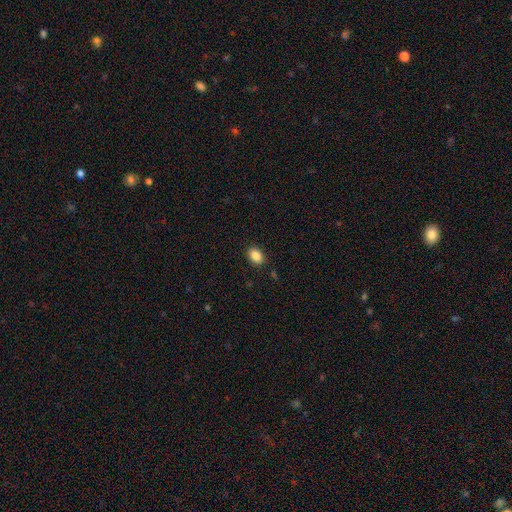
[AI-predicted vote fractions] Smooth or featured? smooth (86%)
How rounded? in between (77%)
Merging? none (89%)